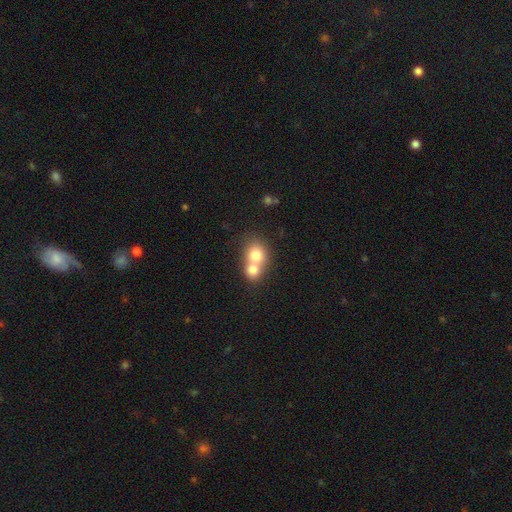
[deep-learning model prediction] A smooth galaxy with no disk features (74%) that is round (68%). Merging: merger (70%).